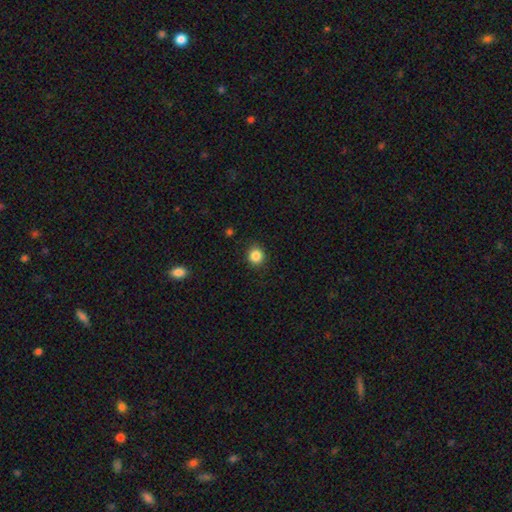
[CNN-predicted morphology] Smooth or featured? smooth (86%)
How rounded? round (87%)
Merging? none (89%)